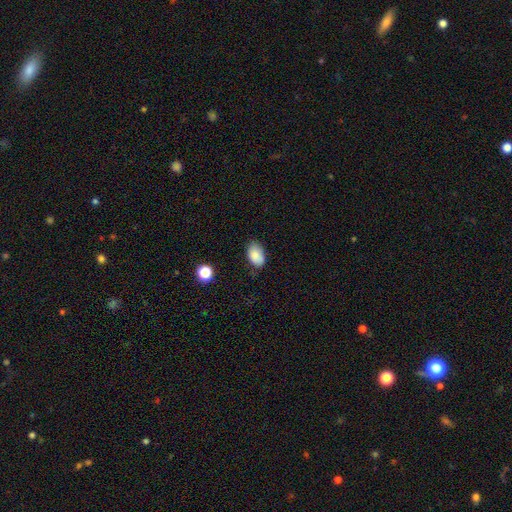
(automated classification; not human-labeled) Smooth or featured? smooth (86%)
How rounded? in between (90%)
Merging? none (74%)